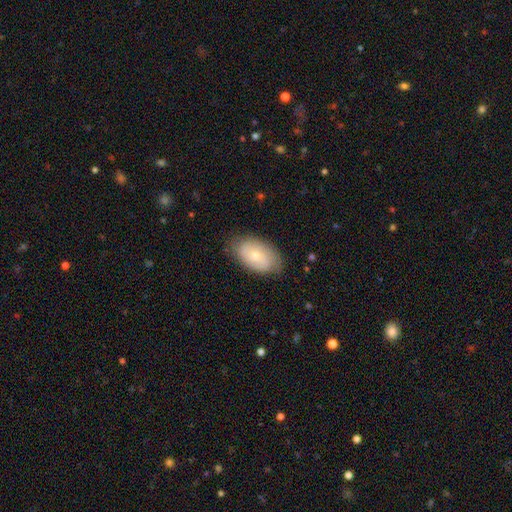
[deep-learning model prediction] Q: Smooth or featured?
A: smooth (58%); runner-up: featured or disk (36%)
Q: How rounded?
A: in between (92%); runner-up: round (7%)
Q: Merging?
A: none (77%); runner-up: minor disturbance (18%)